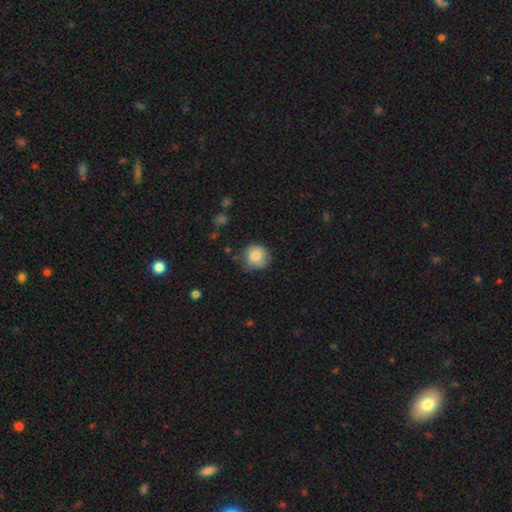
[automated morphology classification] Smooth or featured?
  - smooth: 77% *
  - featured or disk: 15%
  - star or artifact: 8%
How rounded?
  - round: 85% *
  - in between: 14%
  - cigar-shaped: 1%
Merging?
  - none: 59% *
  - minor disturbance: 31%
  - major disturbance: 8%
  - merger: 2%